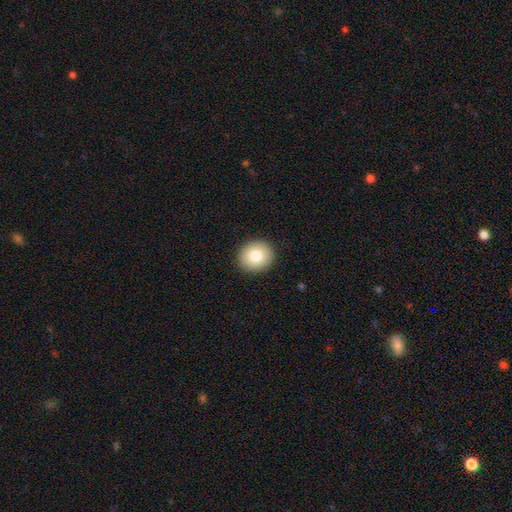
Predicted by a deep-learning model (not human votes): Smooth or featured?
  - smooth: 81% *
  - featured or disk: 10%
  - star or artifact: 9%
How rounded?
  - round: 83% *
  - in between: 17%
  - cigar-shaped: 1%
Merging?
  - none: 91% *
  - minor disturbance: 6%
  - major disturbance: 2%
  - merger: 1%